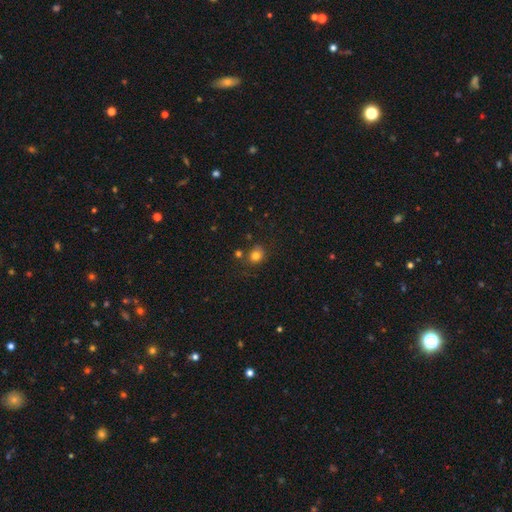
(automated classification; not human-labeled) smooth-or-featured: smooth: 80% | star or artifact: 13% | featured or disk: 7%
  how-rounded: round: 79% | in between: 20% | cigar-shaped: 1%
  merging: none: 66% | minor disturbance: 17% | merger: 10% | major disturbance: 6%